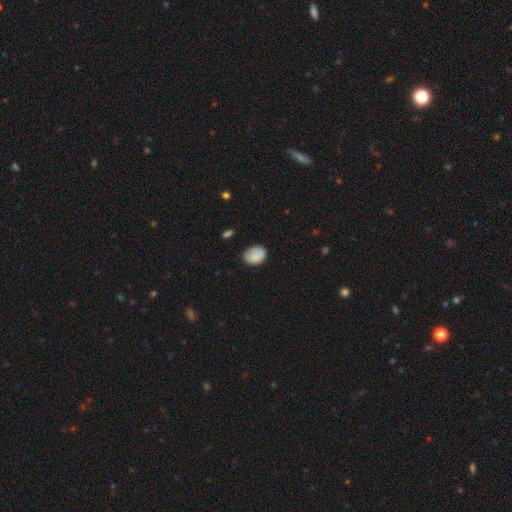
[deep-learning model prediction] Smooth or featured: smooth — 86% (star or artifact — 7%)
How rounded: in between — 65% (round — 34%)
Merging: none — 75% (minor disturbance — 20%)